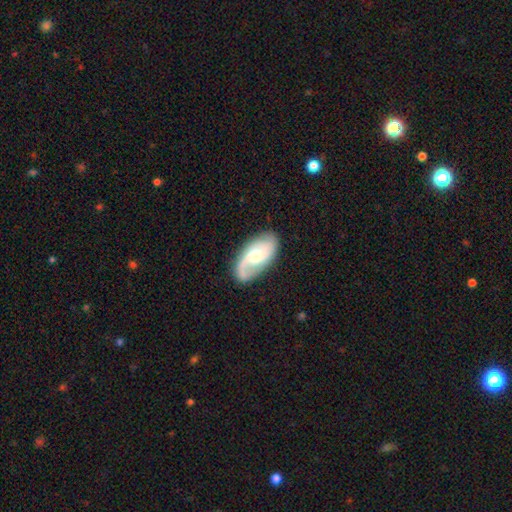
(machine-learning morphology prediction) Smooth or featured? Predicted: featured or disk (p=0.75). Edge-on disk? Predicted: no (p=0.95). Bar? Predicted: no (p=0.49). Spiral arms? Predicted: yes (p=0.94). Spiral winding? Predicted: loose (p=0.42, tied with medium). Spiral arm count? Predicted: 2 (p=0.78). Bulge size? Predicted: moderate (p=0.55). Merging? Predicted: none (p=0.76).